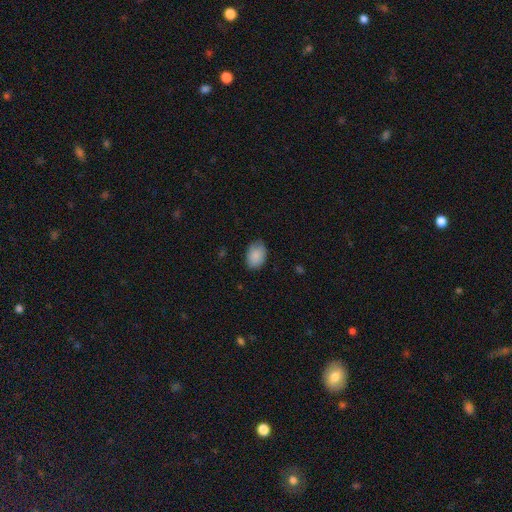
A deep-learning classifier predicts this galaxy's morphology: Smooth or featured? Predicted: smooth (p=0.87). How rounded? Predicted: in between (p=0.85). Merging? Predicted: none (p=0.77).